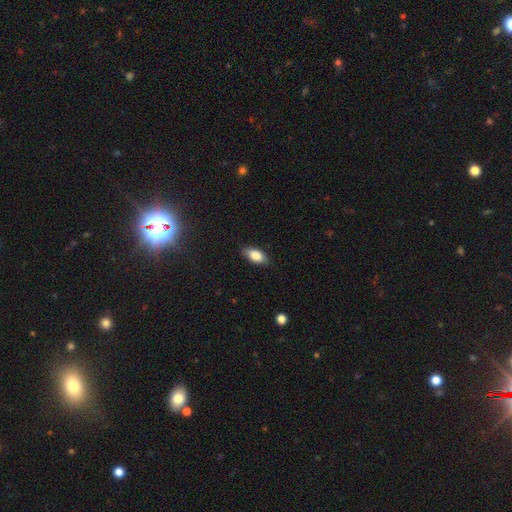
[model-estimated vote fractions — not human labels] This is clearly a smooth galaxy (83%). How rounded: clearly in between (89%). Merging: clearly none (84%).